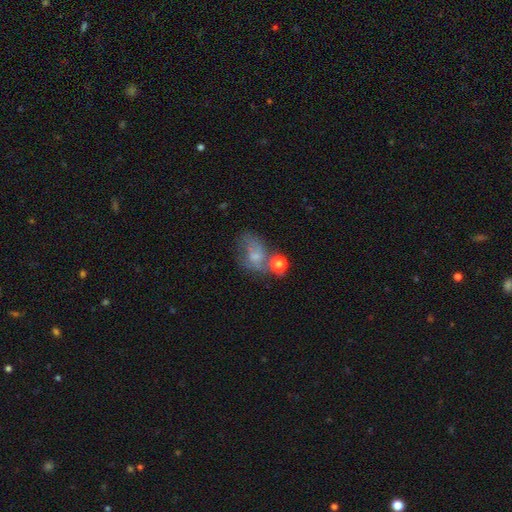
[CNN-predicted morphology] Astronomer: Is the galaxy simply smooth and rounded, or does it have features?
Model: smooth — 43% (runner-up: featured or disk, 42%).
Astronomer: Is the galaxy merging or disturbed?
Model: none — 34% (runner-up: major disturbance, 23%).